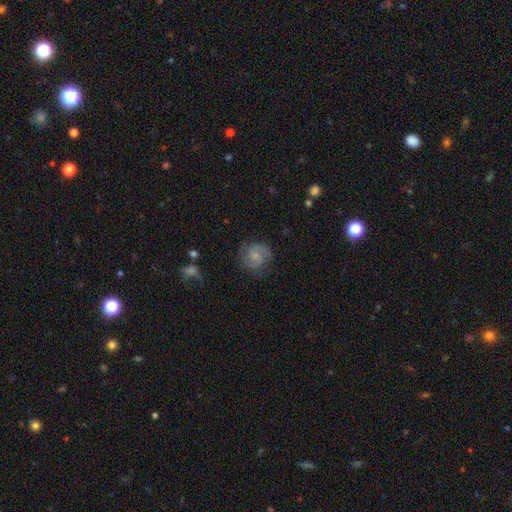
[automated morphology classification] type=featured or disk (80%); edge-on=no (98%); bar=no (49%); spiral arms=yes (97%); winding=medium (50%); arm count=2 (89%); bulge=small (54%); merging=none (79%).